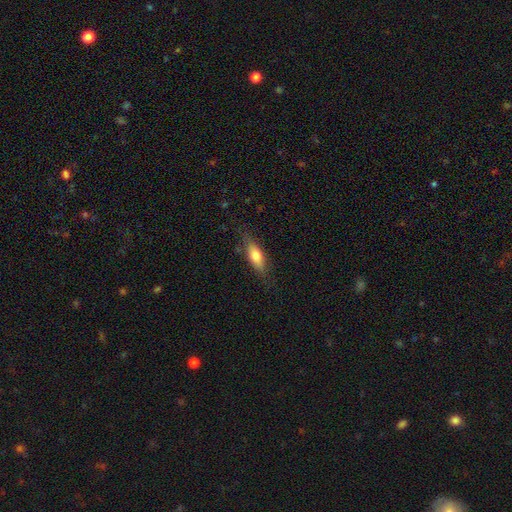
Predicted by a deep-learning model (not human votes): Smooth or featured? Predicted: smooth (p=0.70). How rounded? Predicted: in between (p=0.63). Merging? Predicted: none (p=0.78).